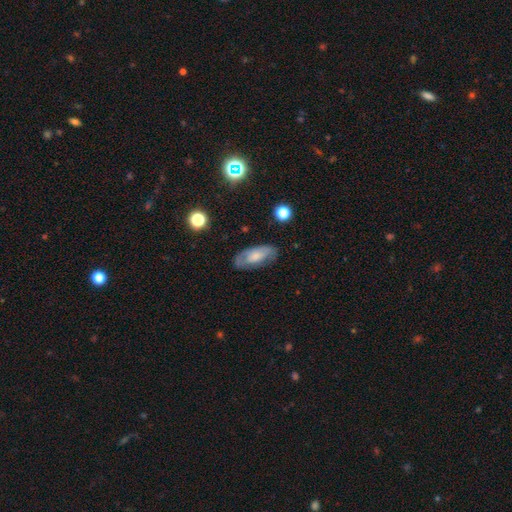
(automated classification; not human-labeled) Morphology: type=smooth (53%); roundness=in between (85%); merging=none (70%).